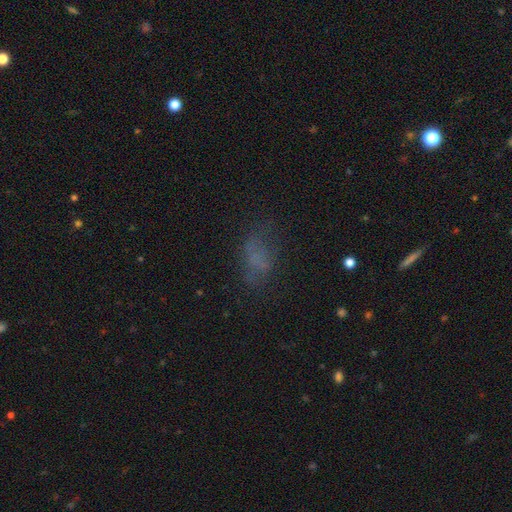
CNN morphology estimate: Q: Smooth or featured?
A: smooth (59%); runner-up: star or artifact (23%)
Q: How rounded?
A: in between (82%); runner-up: round (13%)
Q: Merging?
A: none (56%); runner-up: minor disturbance (22%)